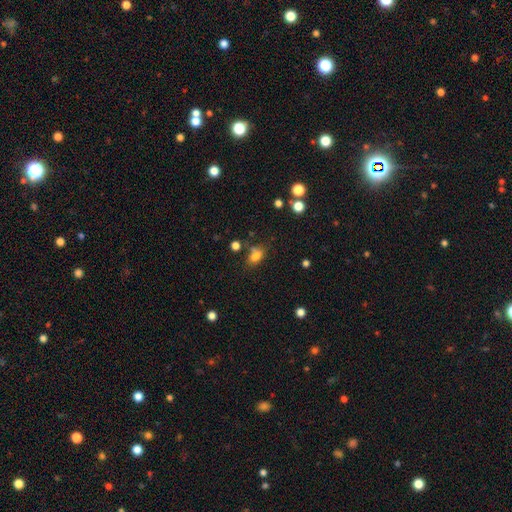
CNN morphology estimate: The model was most divided on "merging": none: 59%, minor disturbance: 20%, merger: 14%, major disturbance: 8%. More confident: smooth or featured — smooth (77%); how rounded — in between (77%).